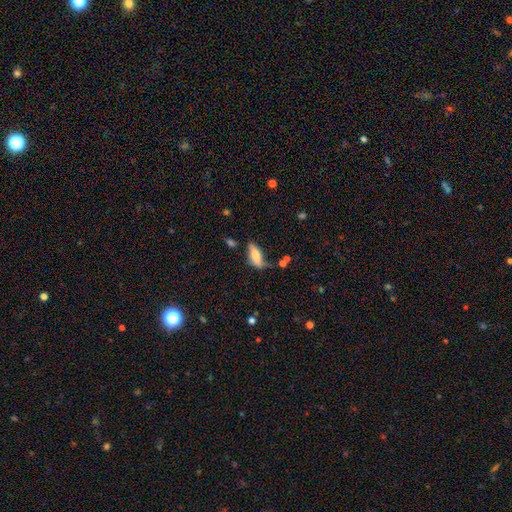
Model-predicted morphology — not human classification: Smooth or featured? Predicted: smooth (p=0.64). How rounded? Predicted: in between (p=0.76). Merging? Predicted: none (p=0.42).